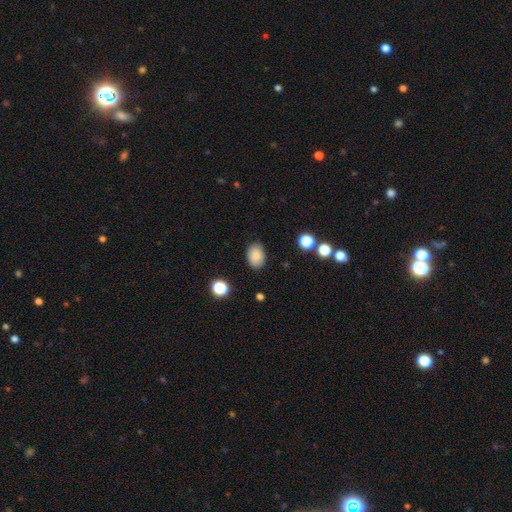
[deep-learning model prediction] smooth-or-featured: smooth: 86% | star or artifact: 9% | featured or disk: 5%
  how-rounded: in between: 80% | round: 19% | cigar-shaped: 1%
  merging: none: 86% | minor disturbance: 10% | major disturbance: 3% | merger: 1%